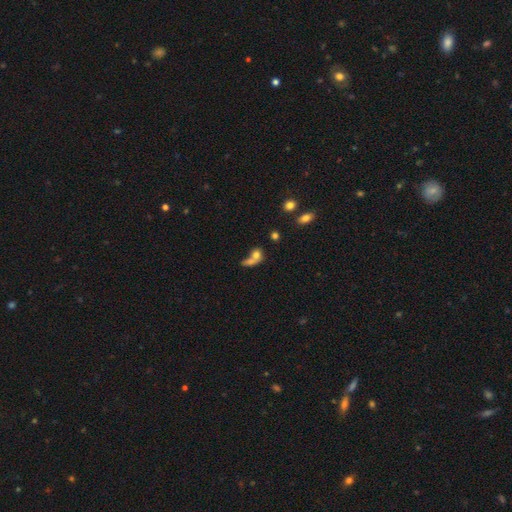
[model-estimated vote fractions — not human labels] This is likely a smooth galaxy (69%). How rounded: possibly round (49%). Merging: possibly merger (53%).